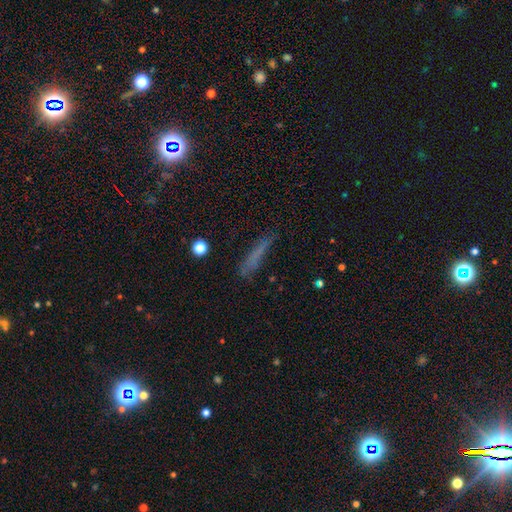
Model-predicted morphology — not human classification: Q: Smooth or featured?
A: smooth (59%); runner-up: featured or disk (24%)
Q: How rounded?
A: cigar-shaped (89%); runner-up: in between (8%)
Q: Merging?
A: none (71%); runner-up: minor disturbance (20%)